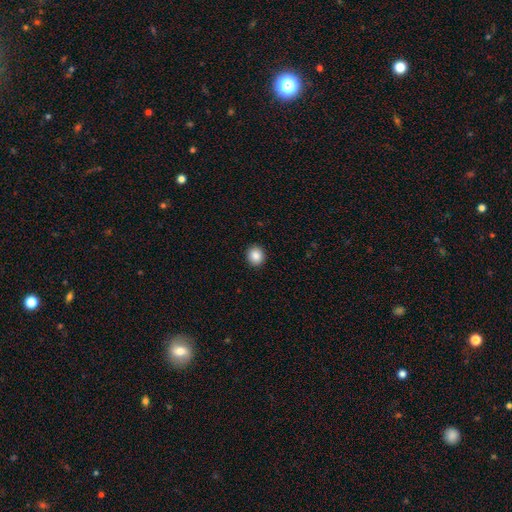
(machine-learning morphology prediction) Smooth or featured?
  - smooth: 87% *
  - star or artifact: 9%
  - featured or disk: 4%
How rounded?
  - round: 84% *
  - in between: 15%
  - cigar-shaped: 1%
Merging?
  - none: 93% *
  - minor disturbance: 5%
  - major disturbance: 2%
  - merger: 1%